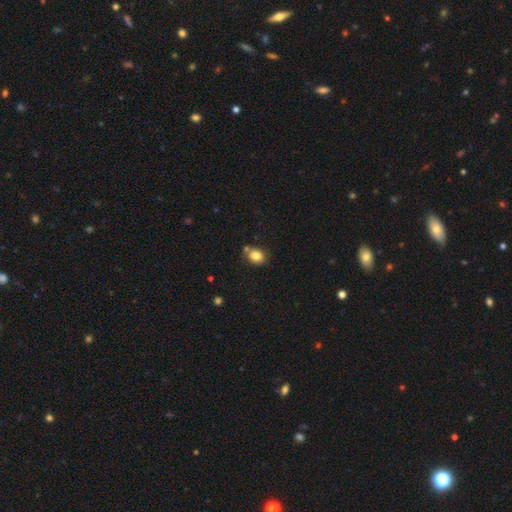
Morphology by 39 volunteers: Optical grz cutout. It shows a smooth galaxy with no disk features (92%) that is in between round and cigar-shaped (50%). Merging: none (49%).